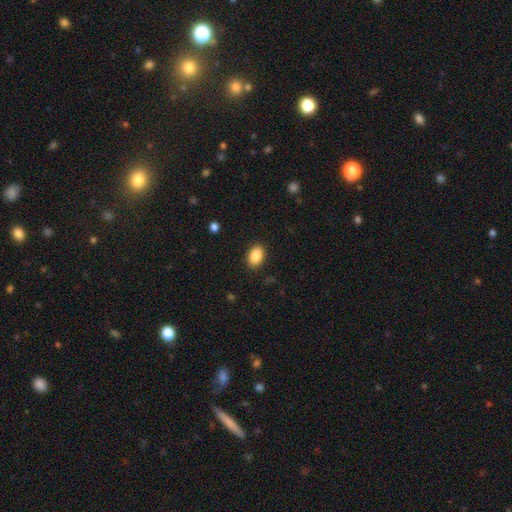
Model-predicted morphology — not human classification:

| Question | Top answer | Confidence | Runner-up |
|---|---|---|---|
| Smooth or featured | smooth | 88% | star or artifact (8%) |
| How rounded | in between | 88% | round (10%) |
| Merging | none | 89% | minor disturbance (8%) |